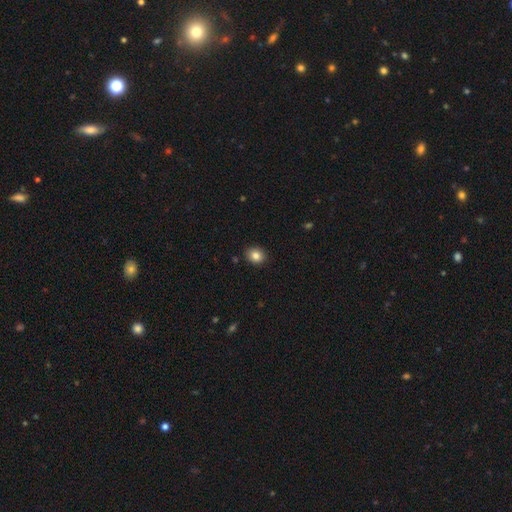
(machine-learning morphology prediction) Smooth or featured? Predicted: smooth (p=0.83). How rounded? Predicted: round (p=0.65). Merging? Predicted: none (p=0.90).